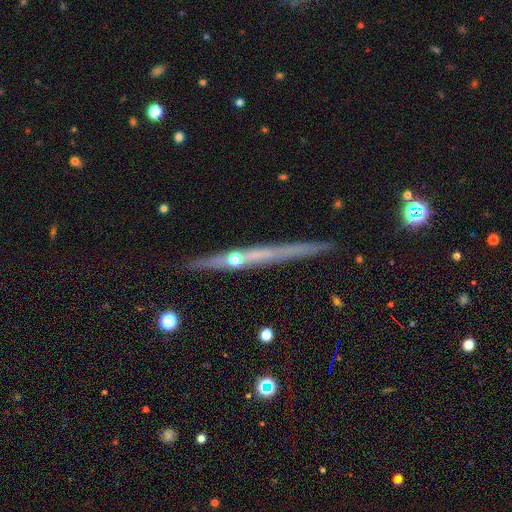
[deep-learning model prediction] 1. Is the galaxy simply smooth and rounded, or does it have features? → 67% featured or disk, 24% smooth, 9% star or artifact.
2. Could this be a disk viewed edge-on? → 97% yes, 3% no.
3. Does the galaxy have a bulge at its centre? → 62% none, 33% rounded, 5% boxy.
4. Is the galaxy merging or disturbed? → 87% none, 8% minor disturbance, 3% merger, 2% major disturbance.